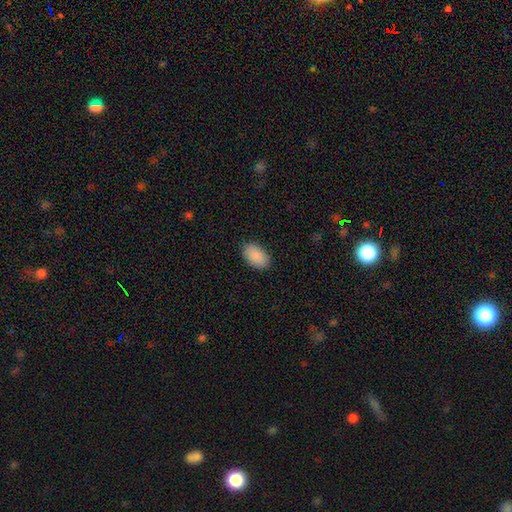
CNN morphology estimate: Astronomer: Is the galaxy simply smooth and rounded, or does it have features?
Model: smooth — 91%.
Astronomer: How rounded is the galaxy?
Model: in between — 94%.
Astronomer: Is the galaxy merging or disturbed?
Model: none — 88%.